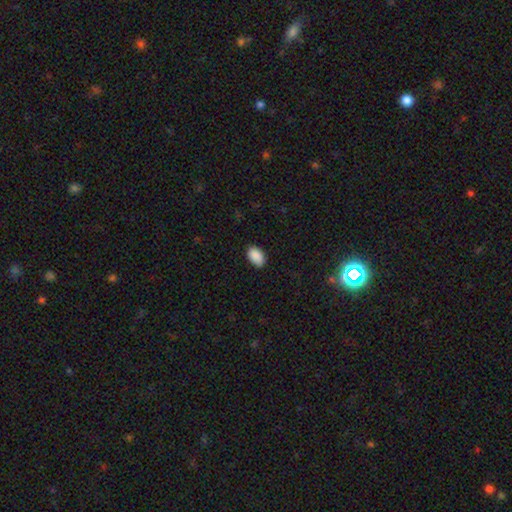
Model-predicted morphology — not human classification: Smooth or featured? Predicted: smooth (p=0.90). How rounded? Predicted: in between (p=0.92). Merging? Predicted: none (p=0.85).